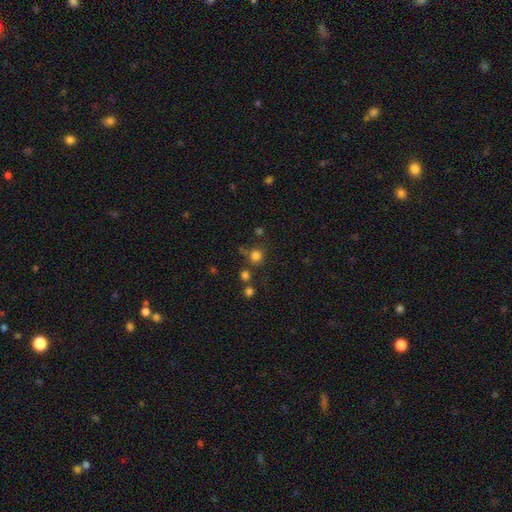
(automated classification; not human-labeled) A smooth galaxy with no disk features (78%) that is round (92%).

Vote fractions:
- Smooth or featured? smooth: 78% / star or artifact: 17% / featured or disk: 6%
- How rounded? round: 92% / in between: 7% / cigar-shaped: 1%
- Merging? none: 74% / merger: 12% / minor disturbance: 9% / major disturbance: 5%